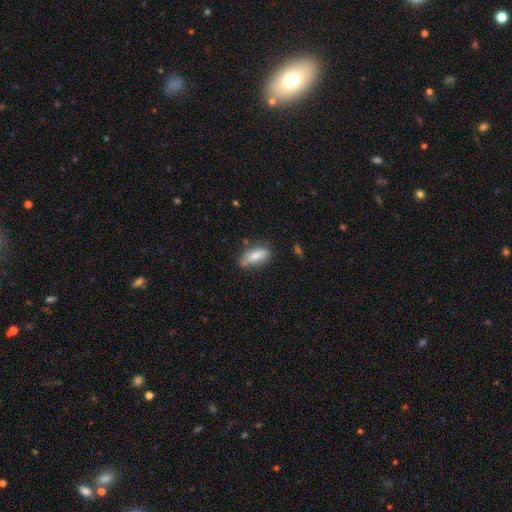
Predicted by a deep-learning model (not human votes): Q: Smooth or featured?
A: smooth (80%); runner-up: featured or disk (13%)
Q: How rounded?
A: in between (75%); runner-up: cigar-shaped (23%)
Q: Merging?
A: none (68%); runner-up: minor disturbance (23%)